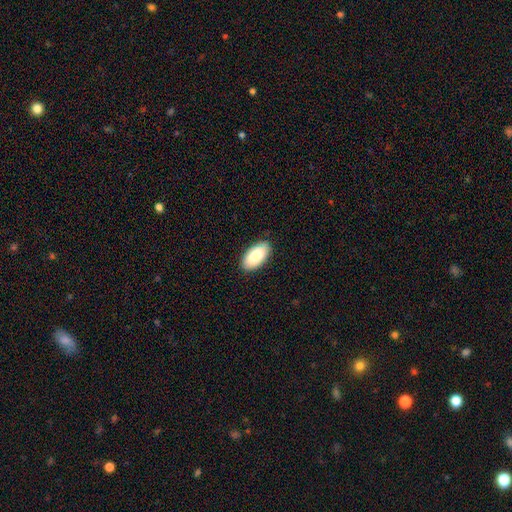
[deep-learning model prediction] smooth_or_featured: smooth (p=0.88) [alt: featured or disk p=0.07]
how_rounded: in between (p=0.96) [alt: cigar-shaped p=0.02]
merging: none (p=0.86) [alt: minor disturbance p=0.11]